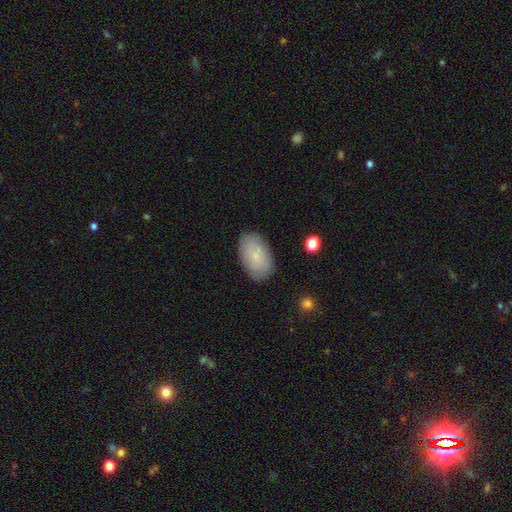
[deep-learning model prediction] Smooth or featured? Predicted: smooth (p=0.77). How rounded? Predicted: in between (p=0.93). Merging? Predicted: none (p=0.85).